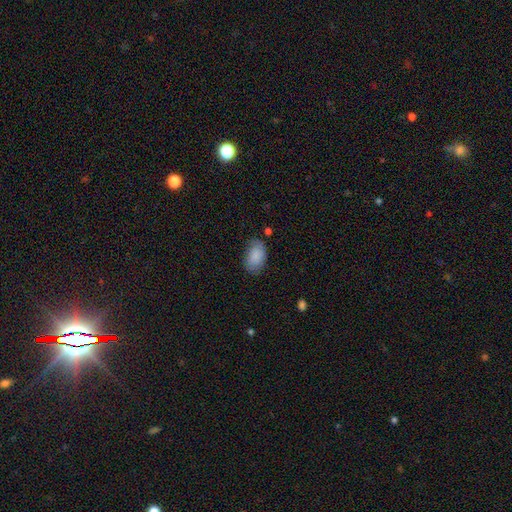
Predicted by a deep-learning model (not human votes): Q: Smooth or featured?
A: smooth (88%); runner-up: star or artifact (6%)
Q: How rounded?
A: in between (92%); runner-up: round (7%)
Q: Merging?
A: none (75%); runner-up: minor disturbance (19%)